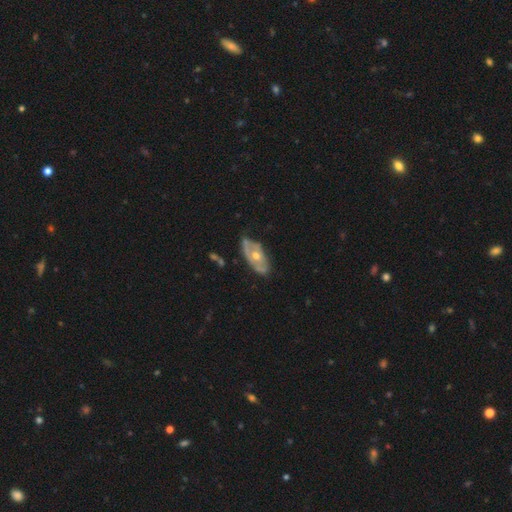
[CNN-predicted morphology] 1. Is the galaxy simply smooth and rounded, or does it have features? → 67% featured or disk, 27% smooth, 6% star or artifact.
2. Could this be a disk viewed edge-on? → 85% no, 15% yes.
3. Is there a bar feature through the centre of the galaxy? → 81% no, 15% weak, 4% strong.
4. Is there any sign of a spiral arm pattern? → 55% no, 45% yes.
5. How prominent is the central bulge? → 67% moderate, 28% small, 3% large, 1% none, 1% dominant.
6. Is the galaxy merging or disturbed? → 70% none, 23% minor disturbance, 5% major disturbance, 2% merger.